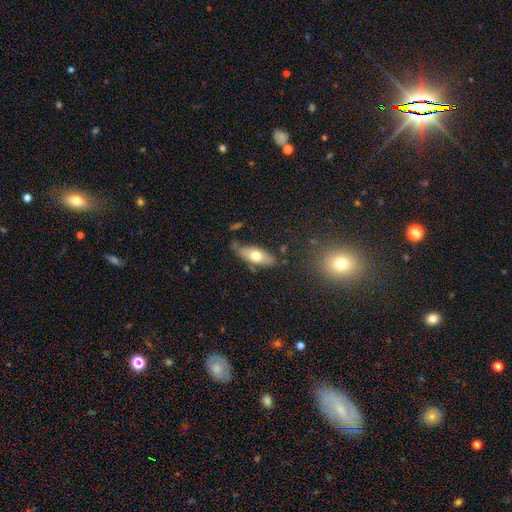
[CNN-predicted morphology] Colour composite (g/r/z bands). It shows a smooth galaxy with no disk features (65%) that is in between round and cigar-shaped (80%). Merging: none (63%).